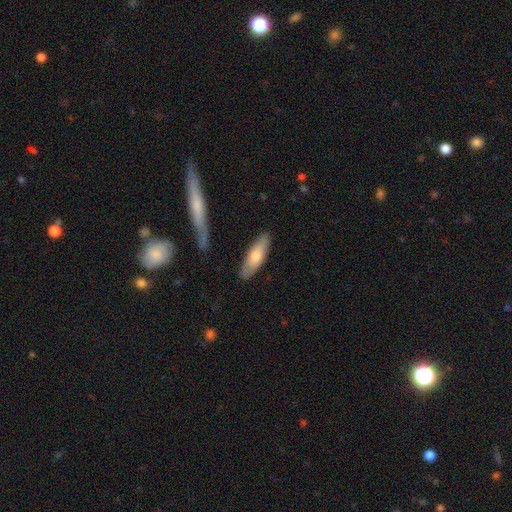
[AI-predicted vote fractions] Morphology: type=smooth (62%); roundness=in between (51%); merging=none (84%).